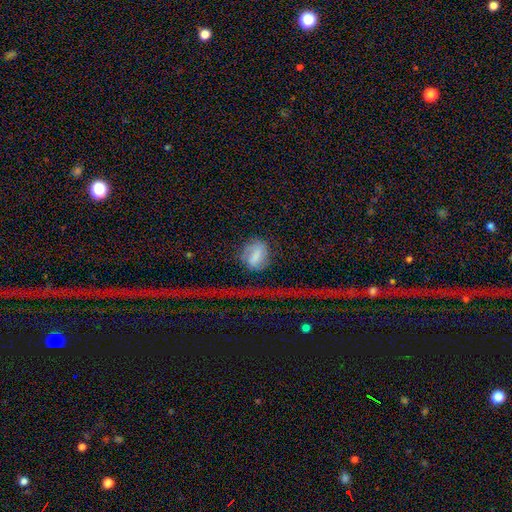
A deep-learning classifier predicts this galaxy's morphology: This is possibly a smooth galaxy (57%). How rounded: possibly round (49%). Merging: marginally none (39%).